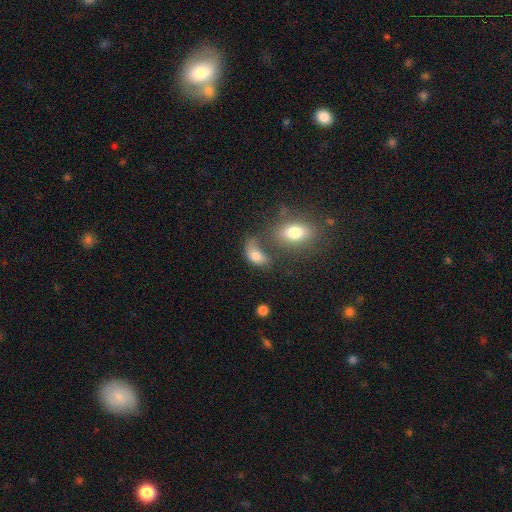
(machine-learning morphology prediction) A smooth galaxy with no disk features (74%) that is in between round and cigar-shaped (86%). Merging: merger (34%).